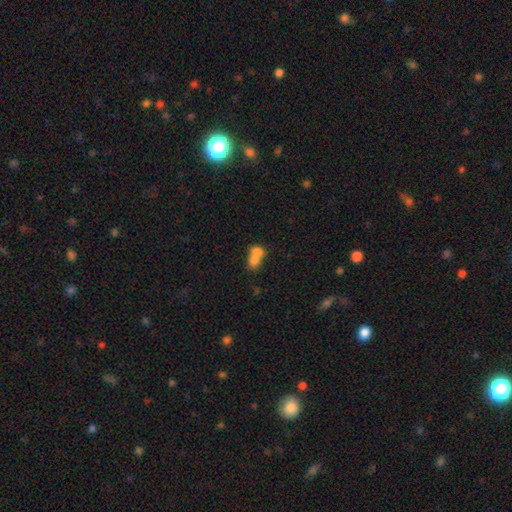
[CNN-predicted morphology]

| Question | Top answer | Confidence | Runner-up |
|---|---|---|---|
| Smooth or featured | smooth | 73% | featured or disk (18%) |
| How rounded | in between | 52% | round (46%) |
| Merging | merger | 74% | none (18%) |